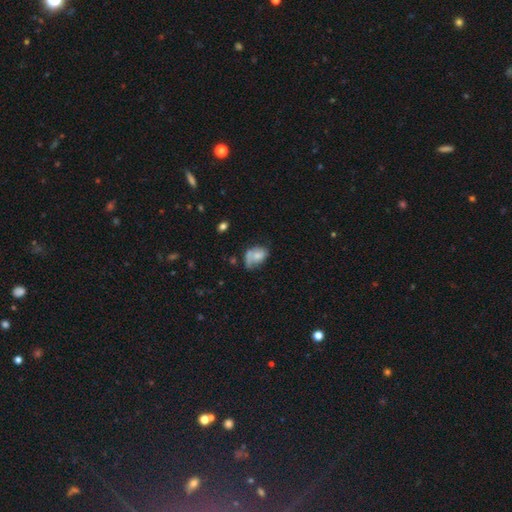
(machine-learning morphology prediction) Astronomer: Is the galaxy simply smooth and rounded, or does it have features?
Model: smooth — 60%.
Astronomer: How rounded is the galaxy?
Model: in between — 81%.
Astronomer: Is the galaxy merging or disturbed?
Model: none — 34% (runner-up: minor disturbance, 30%).